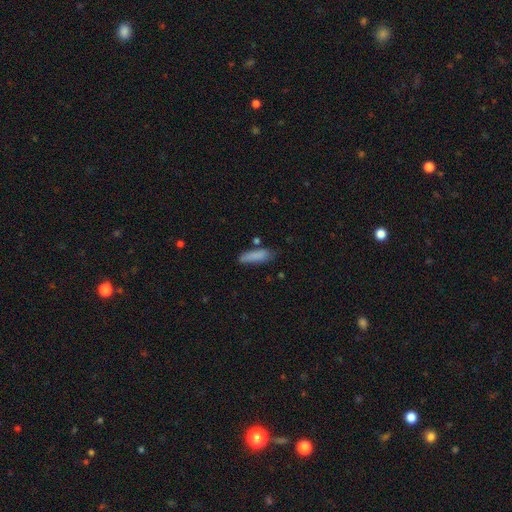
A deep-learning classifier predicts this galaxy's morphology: The model was most divided on "how rounded": cigar-shaped: 57%, in between: 41%, round: 2%. More confident: smooth or featured — smooth (85%); merging — none (70%).